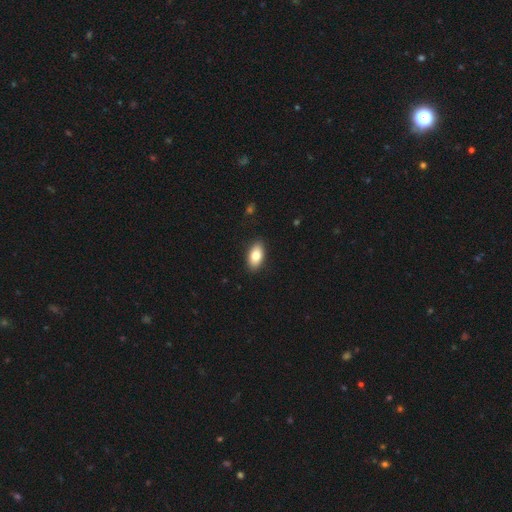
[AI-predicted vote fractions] A smooth galaxy with no disk features (82%) that is in between round and cigar-shaped (93%). Merging: none (89%).